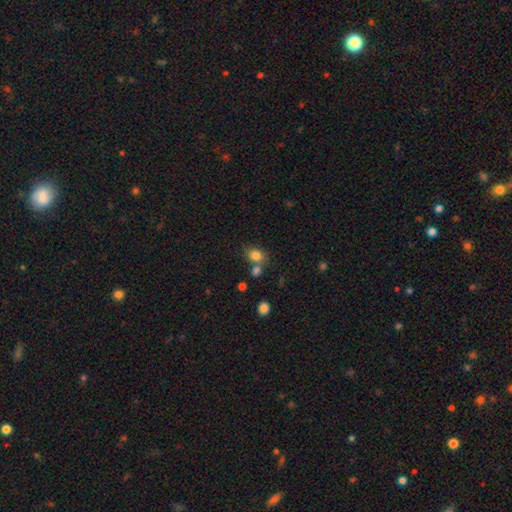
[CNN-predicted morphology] The model was most divided on "how rounded": in between: 52%, round: 47%, cigar-shaped: 1%. More confident: smooth or featured — smooth (82%); merging — none (57%).